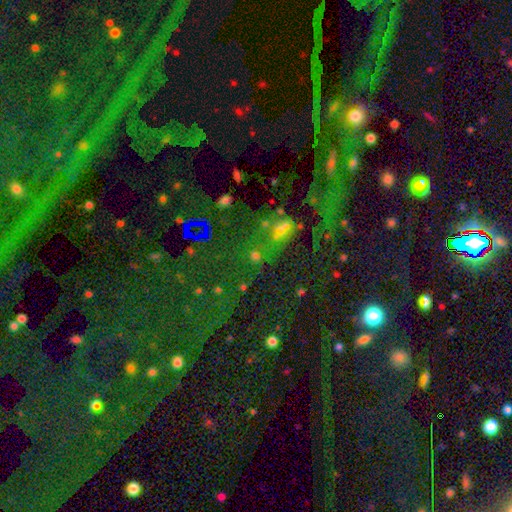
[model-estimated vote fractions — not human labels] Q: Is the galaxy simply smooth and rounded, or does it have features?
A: star or artifact — 44%.